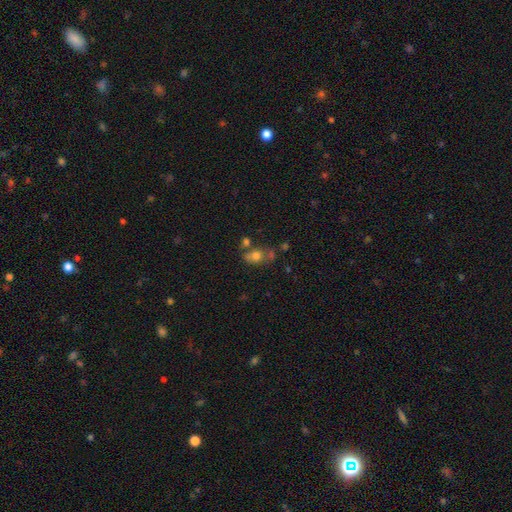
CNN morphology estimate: type=smooth (67%); roundness=in between (58%); merging=none (44%).